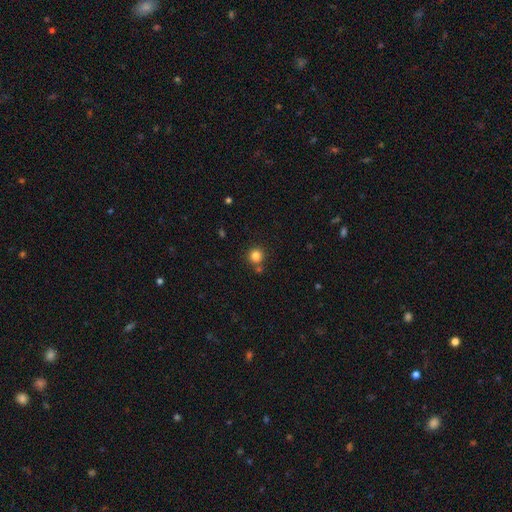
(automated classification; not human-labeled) A smooth galaxy with no disk features (82%) that is round (93%). Merging: none (77%).